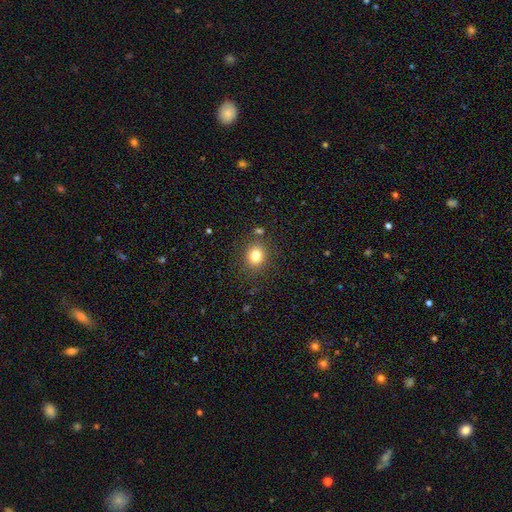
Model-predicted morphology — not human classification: smooth_or_featured: smooth (p=0.80) [alt: star or artifact p=0.13]
how_rounded: round (p=0.70) [alt: in between p=0.29]
merging: none (p=0.84) [alt: minor disturbance p=0.09]